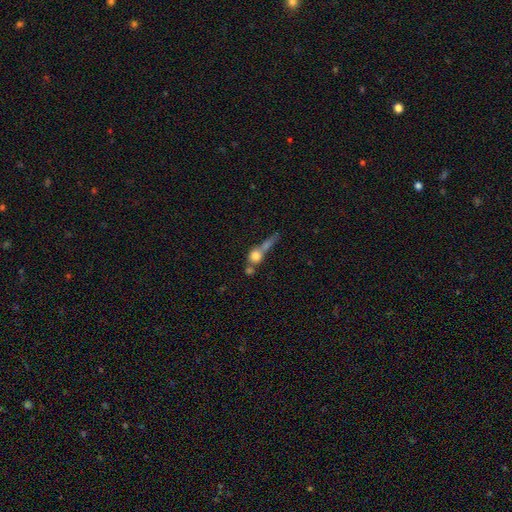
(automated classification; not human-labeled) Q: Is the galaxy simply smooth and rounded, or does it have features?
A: smooth — 66%.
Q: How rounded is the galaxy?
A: round — 67%.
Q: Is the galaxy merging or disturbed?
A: merger — 50%.